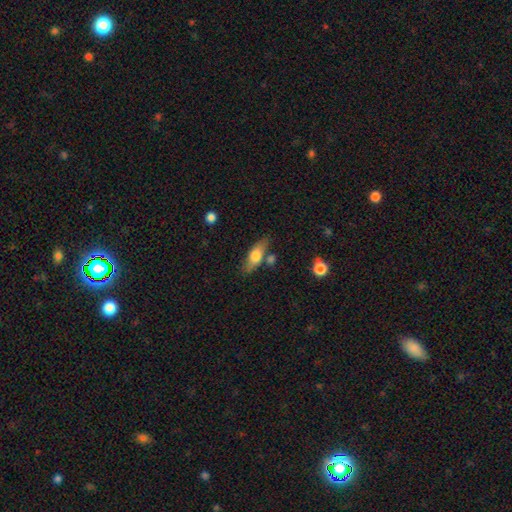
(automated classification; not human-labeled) Smooth or featured: smooth — 65% (featured or disk — 29%)
How rounded: in between — 66% (cigar-shaped — 30%)
Merging: none — 68% (minor disturbance — 17%)